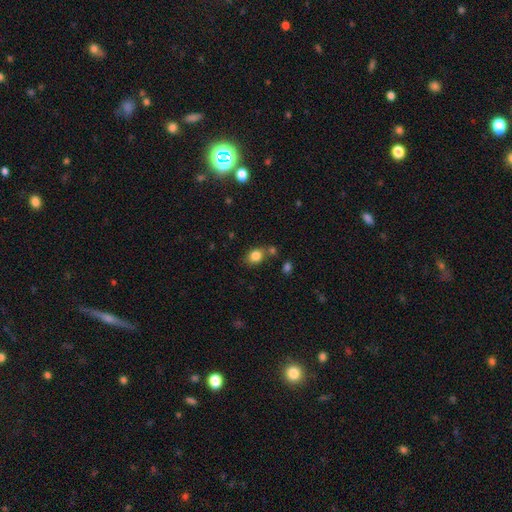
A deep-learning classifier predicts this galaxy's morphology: Smooth or featured? smooth (83%)
How rounded? in between (56%)
Merging? none (66%)